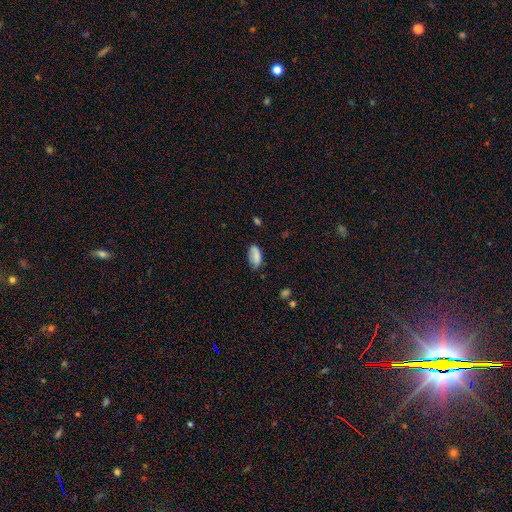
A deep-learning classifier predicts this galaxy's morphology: smooth-or-featured: smooth: 82% | featured or disk: 10% | star or artifact: 8%
  how-rounded: in between: 91% | cigar-shaped: 6% | round: 3%
  merging: none: 64% | minor disturbance: 27% | major disturbance: 6% | merger: 2%